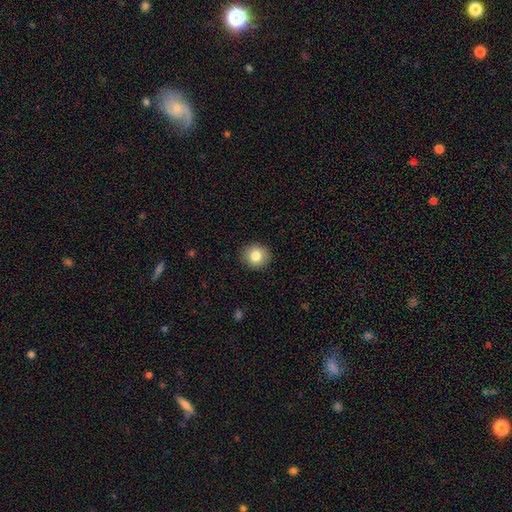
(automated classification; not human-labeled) A smooth galaxy with no disk features (82%) that is round (84%). Merging: none (90%).